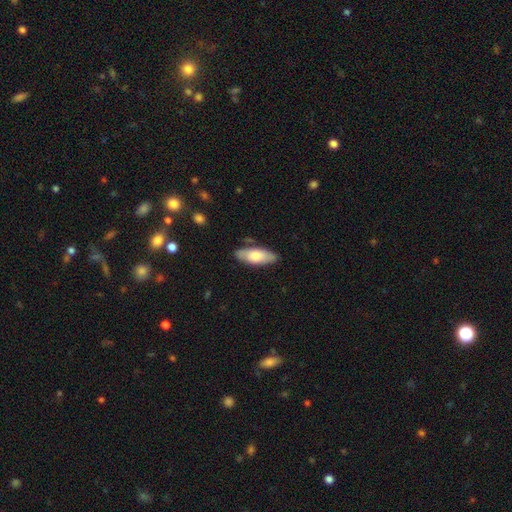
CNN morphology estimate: smooth_or_featured: smooth (p=0.69) [alt: featured or disk p=0.26]
how_rounded: in between (p=0.75) [alt: cigar-shaped p=0.24]
merging: none (p=0.80) [alt: minor disturbance p=0.15]